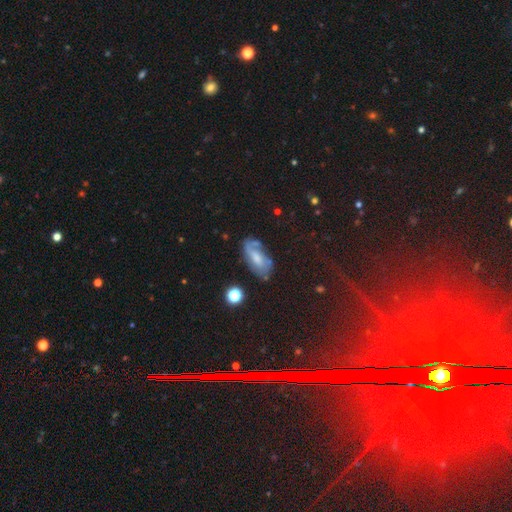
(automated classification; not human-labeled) Smooth or featured?
  - featured or disk: 53% *
  - smooth: 34%
  - star or artifact: 13%
Edge-on disk?
  - no: 88% *
  - yes: 12%
Merging?
  - none: 61% *
  - minor disturbance: 23%
  - major disturbance: 11%
  - merger: 5%